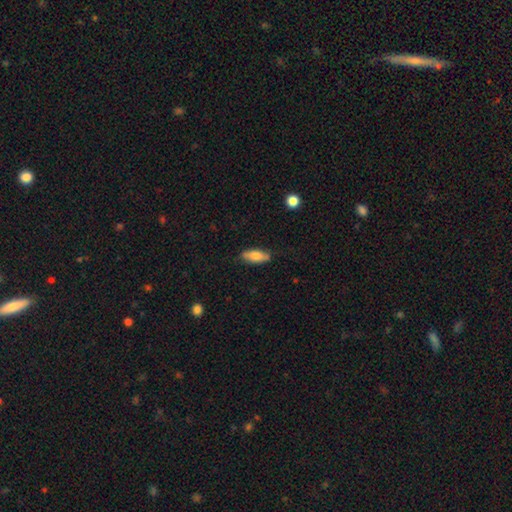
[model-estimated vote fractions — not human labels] This is likely a smooth galaxy (76%). How rounded: likely in between (73%). Merging: likely none (80%).